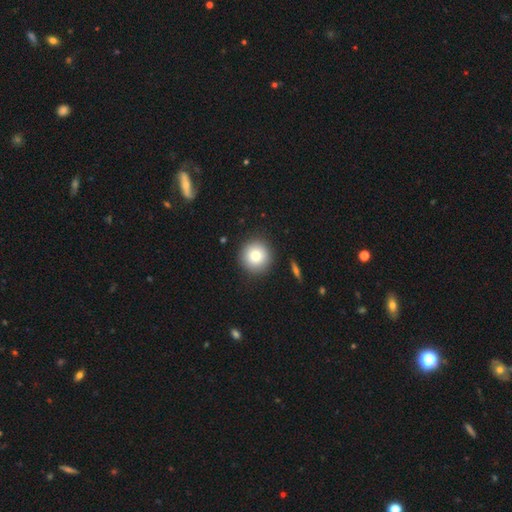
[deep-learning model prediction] Overall: smooth (77%). How rounded: round (95%). Merging: none (89%).